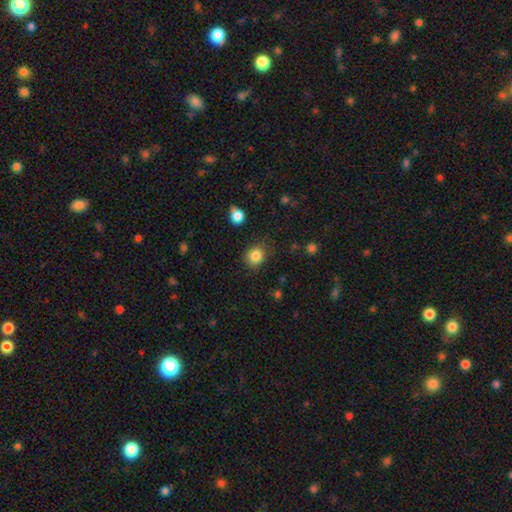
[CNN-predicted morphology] Overall: smooth (84%). How rounded: round (72%). Merging: none (81%).